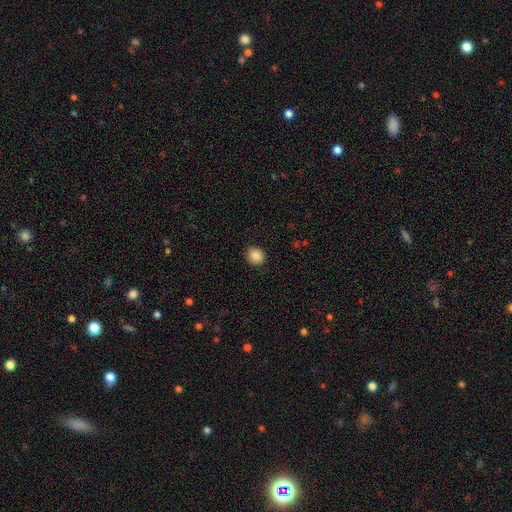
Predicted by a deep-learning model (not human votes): Smooth or featured? smooth (88%)
How rounded? round (71%)
Merging? none (87%)